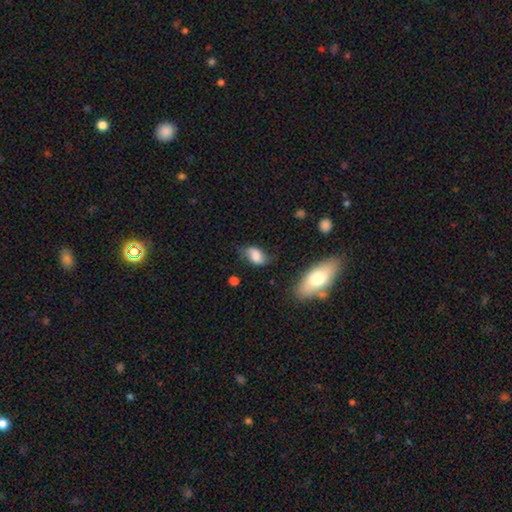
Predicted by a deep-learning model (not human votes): smooth-or-featured: smooth: 64% | featured or disk: 26% | star or artifact: 9%
  how-rounded: in between: 88% | round: 9% | cigar-shaped: 3%
  merging: none: 53% | minor disturbance: 33% | major disturbance: 11% | merger: 3%